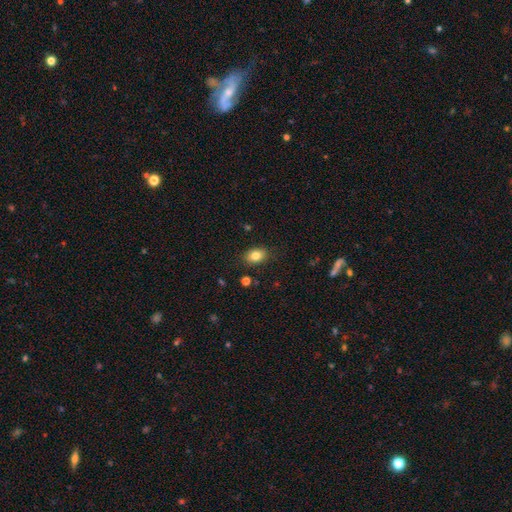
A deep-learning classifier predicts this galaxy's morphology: smooth-or-featured: smooth: 83% | star or artifact: 9% | featured or disk: 8%
  how-rounded: in between: 77% | round: 22% | cigar-shaped: 1%
  merging: none: 85% | minor disturbance: 11% | major disturbance: 3% | merger: 2%